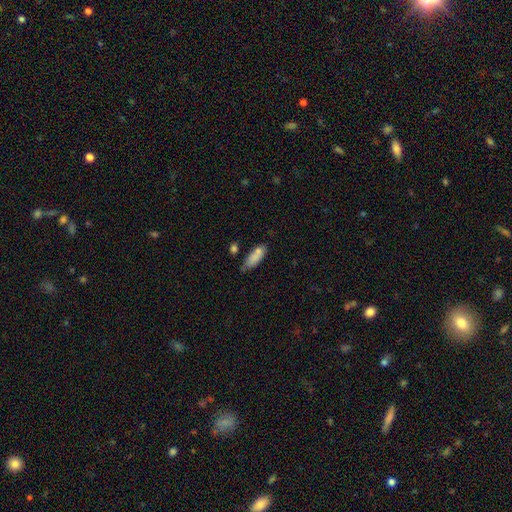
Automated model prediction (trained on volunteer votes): Overall: smooth (81%). How rounded: in between (70%). Merging: none (55%; minor disturbance 26%).